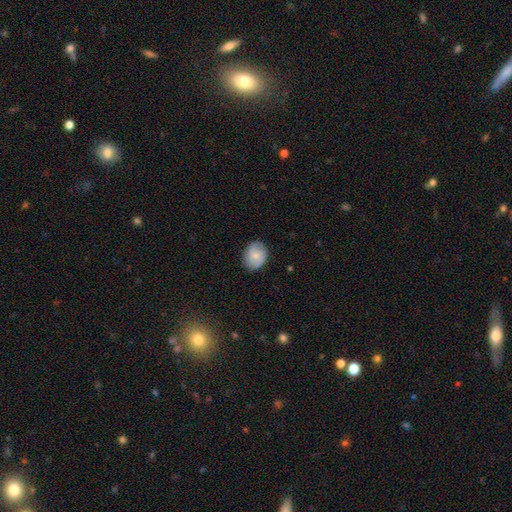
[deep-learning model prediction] smooth-or-featured: smooth: 73% | featured or disk: 20% | star or artifact: 7%
  how-rounded: round: 56% | in between: 43% | cigar-shaped: 1%
  merging: none: 84% | minor disturbance: 12% | major disturbance: 3% | merger: 1%